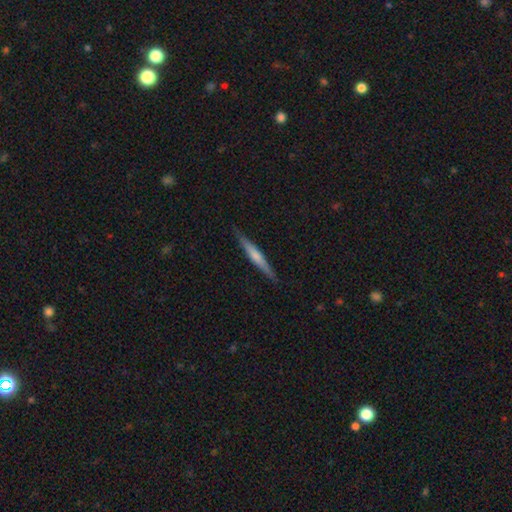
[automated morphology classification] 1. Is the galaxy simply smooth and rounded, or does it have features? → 49% featured or disk, 46% smooth, 5% star or artifact.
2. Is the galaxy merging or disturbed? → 89% none, 9% minor disturbance, 1% major disturbance, 1% merger.